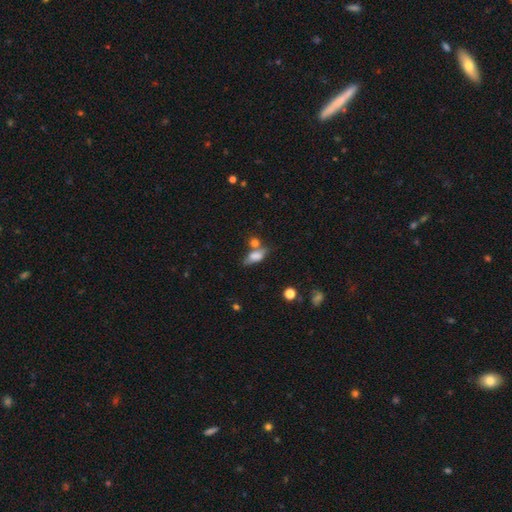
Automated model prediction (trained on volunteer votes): smooth-or-featured: smooth: 71% | featured or disk: 19% | star or artifact: 10%
  how-rounded: in between: 72% | cigar-shaped: 21% | round: 7%
  merging: none: 45% | merger: 27% | minor disturbance: 19% | major disturbance: 8%